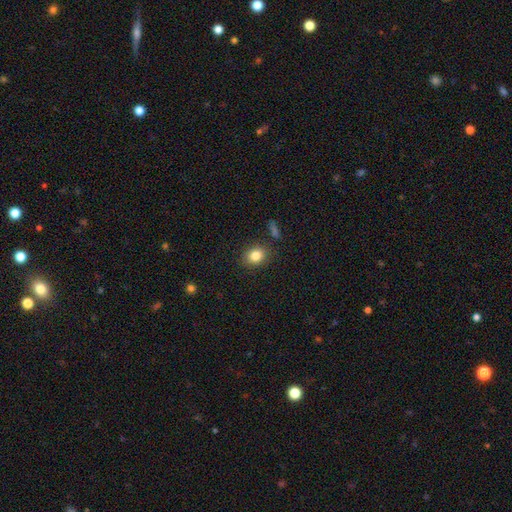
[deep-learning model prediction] A smooth galaxy with no disk features (83%) that is round (54%).

Vote fractions:
- Smooth or featured? smooth: 83% / star or artifact: 10% / featured or disk: 7%
- How rounded? round: 54% / in between: 45% / cigar-shaped: 1%
- Merging? none: 85% / minor disturbance: 9% / merger: 3% / major disturbance: 3%